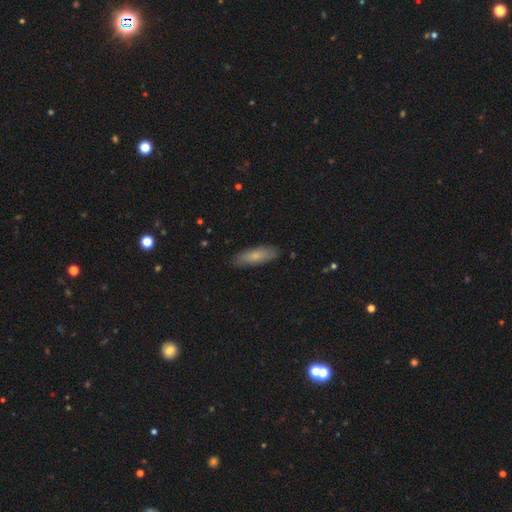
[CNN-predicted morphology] Smooth or featured?
  - smooth: 74% *
  - featured or disk: 20%
  - star or artifact: 6%
How rounded?
  - cigar-shaped: 50% *
  - in between: 48%
  - round: 2%
Merging?
  - none: 86% *
  - minor disturbance: 11%
  - major disturbance: 2%
  - merger: 1%